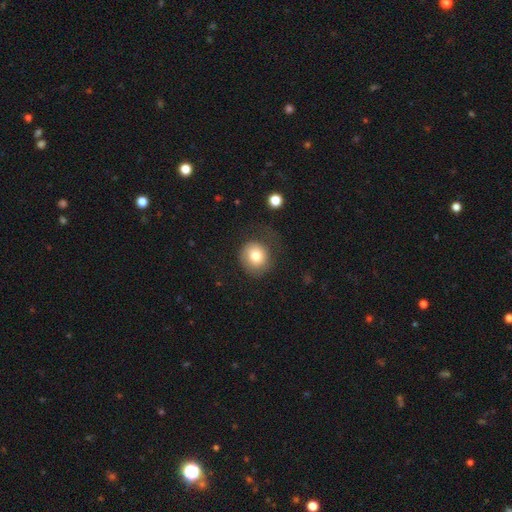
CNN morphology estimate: Smooth or featured? Predicted: smooth (p=0.77). How rounded? Predicted: round (p=0.84). Merging? Predicted: none (p=0.57).